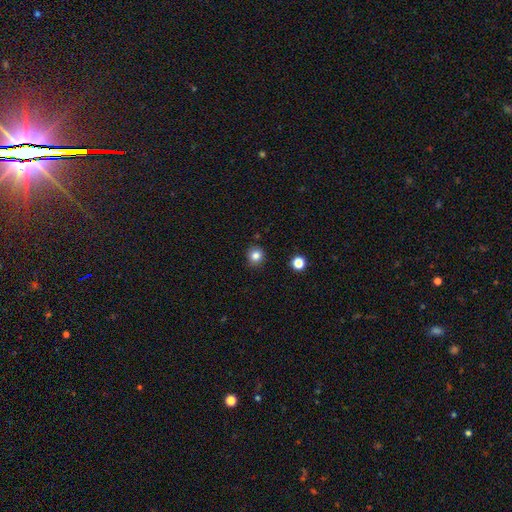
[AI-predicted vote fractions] A smooth galaxy with no disk features (83%) that is round (91%).

Vote fractions:
- Smooth or featured? smooth: 83% / star or artifact: 12% / featured or disk: 5%
- How rounded? round: 91% / in between: 8% / cigar-shaped: 1%
- Merging? none: 90% / minor disturbance: 6% / major disturbance: 2% / merger: 2%